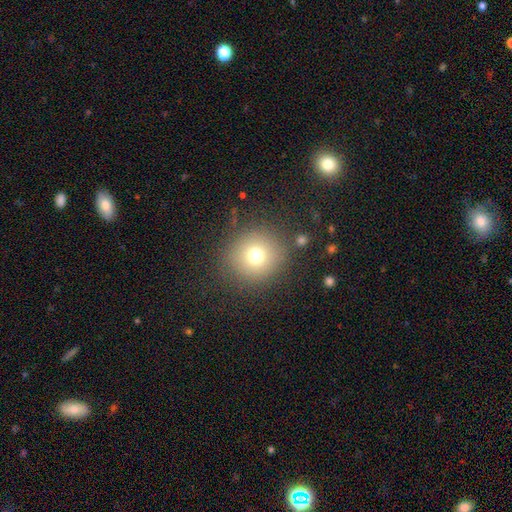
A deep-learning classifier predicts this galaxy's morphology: smooth 73%, star or artifact 16%, featured or disk 12%. Down the decision tree: how rounded — round (92%); merging — none (84%).